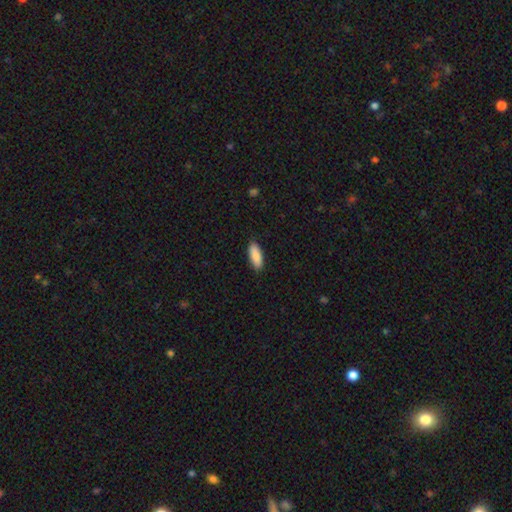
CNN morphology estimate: smooth-or-featured: smooth: 89% | star or artifact: 6% | featured or disk: 6%
  how-rounded: in between: 75% | cigar-shaped: 23% | round: 2%
  merging: none: 88% | minor disturbance: 9% | major disturbance: 2% | merger: 1%